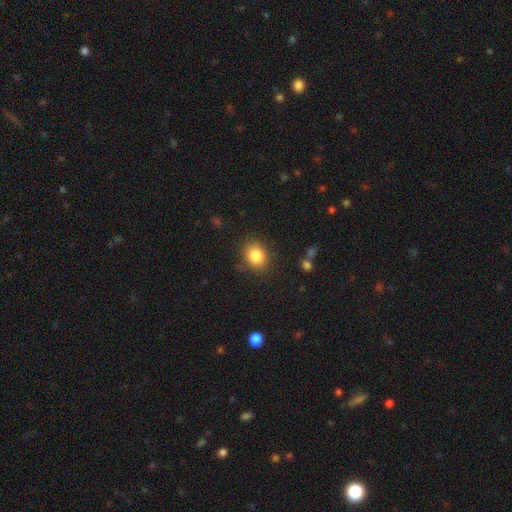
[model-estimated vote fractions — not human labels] Smooth or featured? Predicted: smooth (p=0.84). How rounded? Predicted: round (p=0.59). Merging? Predicted: none (p=0.83).